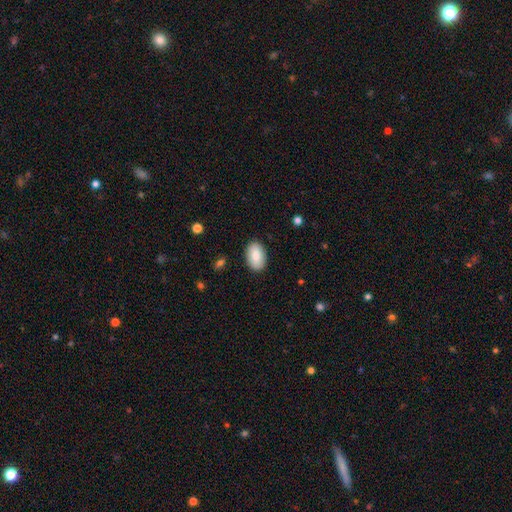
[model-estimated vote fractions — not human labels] smooth-or-featured: smooth: 87% | featured or disk: 7% | star or artifact: 6%
  how-rounded: in between: 93% | round: 5% | cigar-shaped: 1%
  merging: none: 88% | minor disturbance: 9% | major disturbance: 2% | merger: 1%